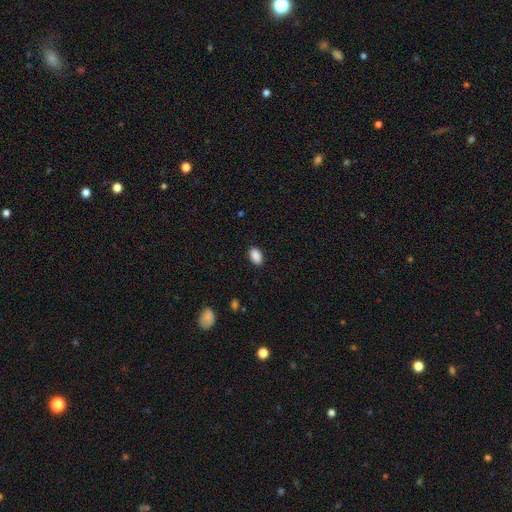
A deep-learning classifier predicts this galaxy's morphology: smooth-or-featured: smooth: 90% | star or artifact: 8% | featured or disk: 3%
  how-rounded: in between: 91% | round: 8% | cigar-shaped: 1%
  merging: none: 89% | minor disturbance: 8% | major disturbance: 2% | merger: 1%